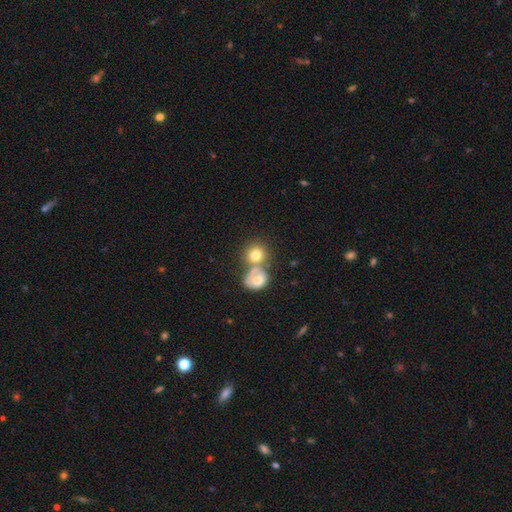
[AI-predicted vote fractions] Smooth or featured?
  - smooth: 75% *
  - featured or disk: 15%
  - star or artifact: 10%
How rounded?
  - round: 78% *
  - in between: 21%
  - cigar-shaped: 1%
Merging?
  - merger: 50% *
  - none: 36%
  - minor disturbance: 9%
  - major disturbance: 5%